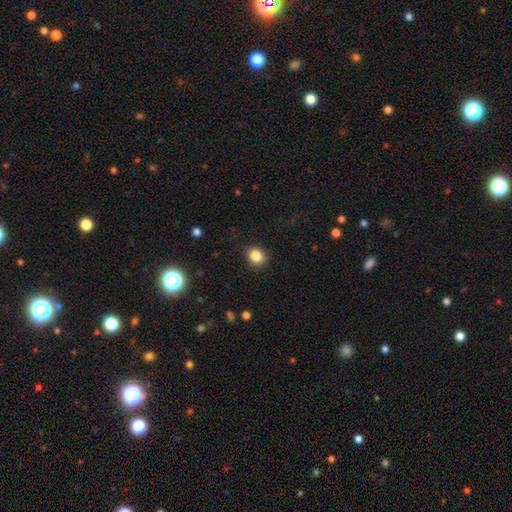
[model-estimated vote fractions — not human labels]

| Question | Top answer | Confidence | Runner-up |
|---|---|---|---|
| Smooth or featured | smooth | 84% | star or artifact (11%) |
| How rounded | round | 72% | in between (27%) |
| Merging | none | 88% | minor disturbance (9%) |